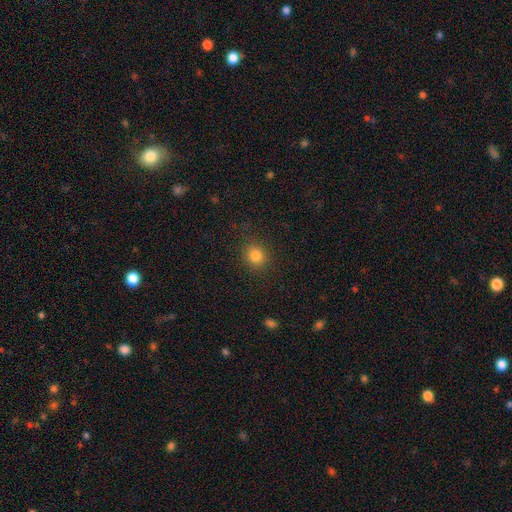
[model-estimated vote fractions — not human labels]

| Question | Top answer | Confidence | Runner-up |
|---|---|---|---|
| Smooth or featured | smooth | 82% | star or artifact (13%) |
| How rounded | round | 86% | in between (13%) |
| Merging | none | 89% | minor disturbance (8%) |